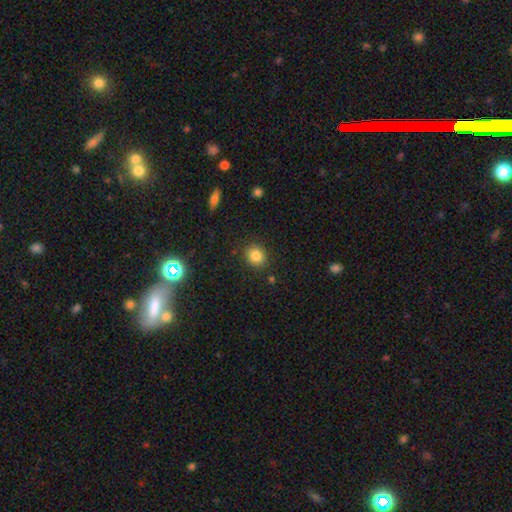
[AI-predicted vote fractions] This appears to be a smooth galaxy with no disk features (83%) that is round (75%). Merging: none (87%).